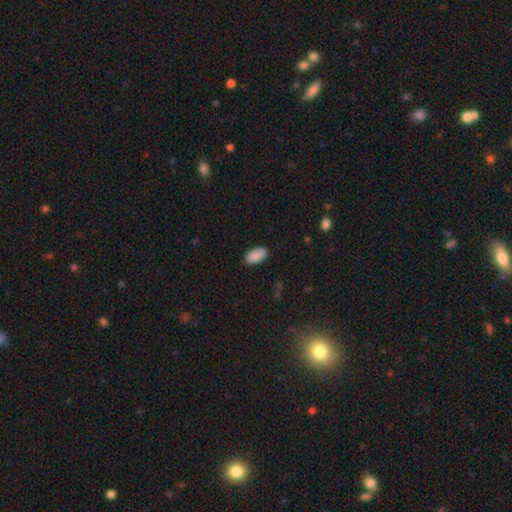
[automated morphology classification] This is clearly a smooth galaxy (90%). How rounded: clearly in between (94%). Merging: clearly none (87%).